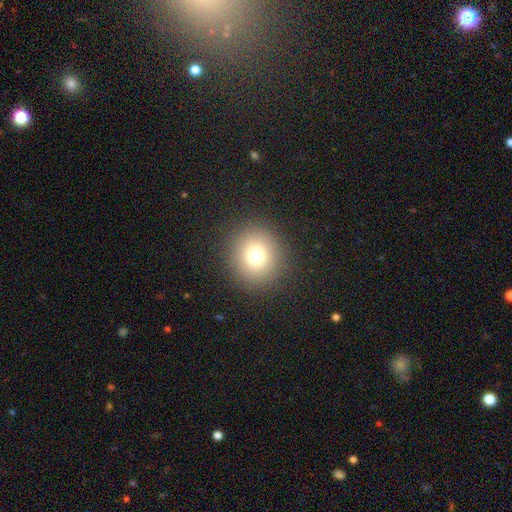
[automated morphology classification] Q: Smooth or featured?
A: smooth (76%); runner-up: star or artifact (14%)
Q: How rounded?
A: round (89%); runner-up: in between (10%)
Q: Merging?
A: none (90%); runner-up: minor disturbance (6%)